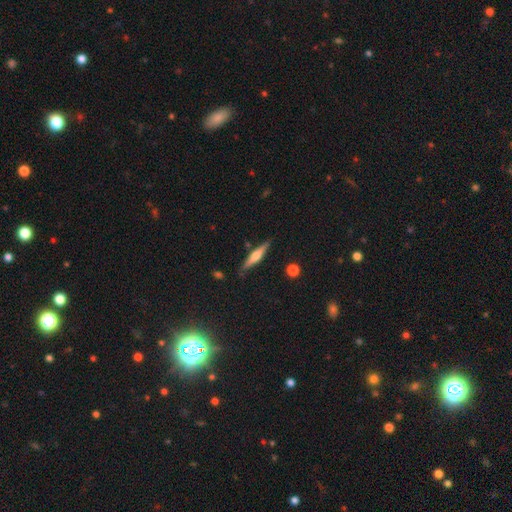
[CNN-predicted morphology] Q: Smooth or featured?
A: featured or disk (60%); runner-up: smooth (34%)
Q: Edge-on disk?
A: yes (96%); runner-up: no (4%)
Q: Edge-on bulge?
A: rounded (80%); runner-up: boxy (11%)
Q: Merging?
A: none (85%); runner-up: minor disturbance (11%)